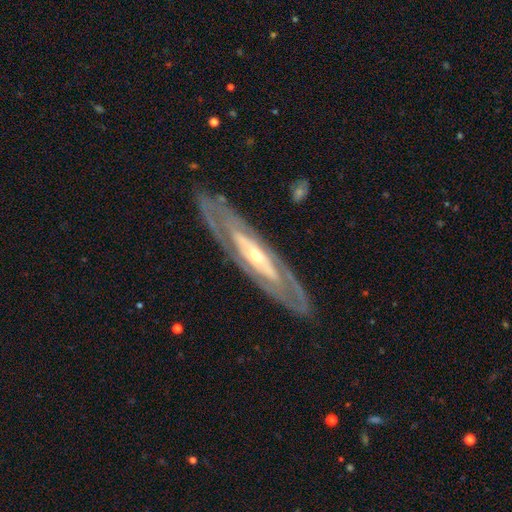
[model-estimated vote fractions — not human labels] A featured or disk galaxy (83%) with no bar (61%), spiral arms (67%) and a small central bulge (47%).

Vote fractions:
- Smooth or featured? featured or disk: 83% / smooth: 12% / star or artifact: 5%
- Edge-on disk? no: 68% / yes: 32%
- Bar? no: 61% / weak: 21% / strong: 19%
- Spiral arms? yes: 67% / no: 33%
- Bulge size? small: 47% / moderate: 46% / large: 4% / dominant: 1% / none: 1%
- Merging? none: 82% / minor disturbance: 12% / major disturbance: 5% / merger: 1%